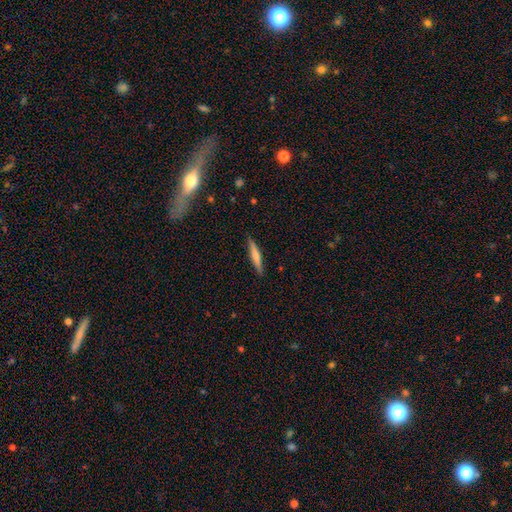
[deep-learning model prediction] Smooth or featured: smooth — 61% (featured or disk — 33%)
How rounded: cigar-shaped — 92% (in between — 7%)
Merging: none — 90% (minor disturbance — 7%)